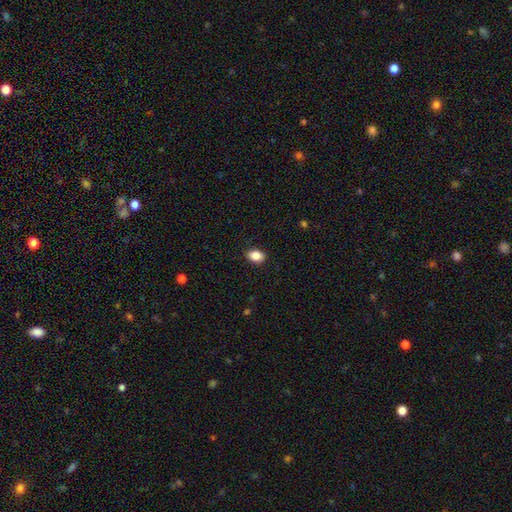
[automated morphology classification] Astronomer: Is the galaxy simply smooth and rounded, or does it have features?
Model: smooth — 87%.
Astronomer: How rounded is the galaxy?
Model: in between — 77%.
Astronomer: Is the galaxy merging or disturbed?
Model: none — 88%.